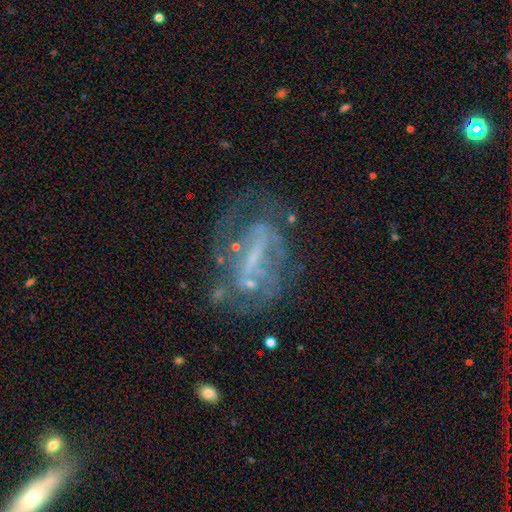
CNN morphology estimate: Q: Smooth or featured?
A: featured or disk (72%); runner-up: smooth (15%)
Q: Edge-on disk?
A: no (92%); runner-up: yes (8%)
Q: Bar?
A: strong (44%); runner-up: weak (31%)
Q: Spiral arms?
A: yes (56%); runner-up: no (44%)
Q: Bulge size?
A: none (49%); runner-up: small (33%)
Q: Merging?
A: none (47%); runner-up: major disturbance (27%)